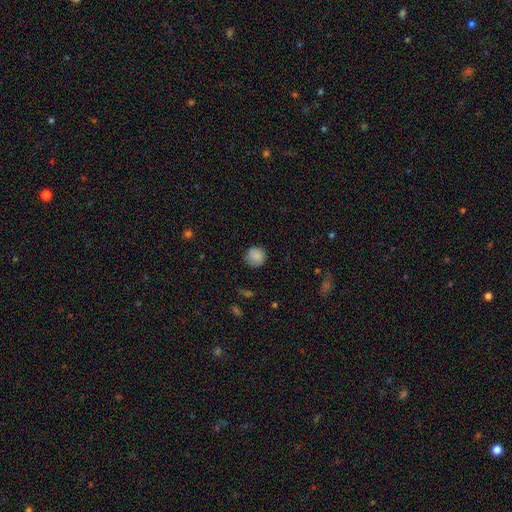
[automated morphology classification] The model was most divided on "merging": none: 79%, minor disturbance: 16%, major disturbance: 4%, merger: 1%. More confident: how rounded — round (91%); smooth or featured — smooth (86%).